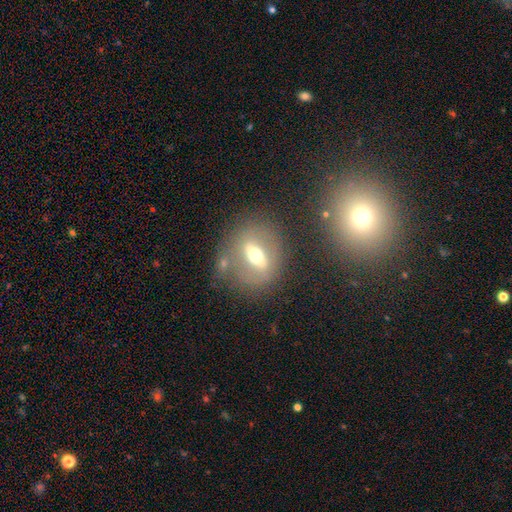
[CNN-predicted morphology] Smooth or featured? featured or disk (58%)
Edge-on disk? no (67%)
Merging? none (71%)